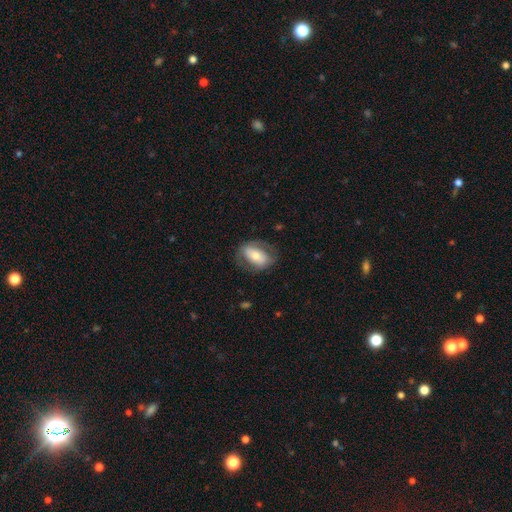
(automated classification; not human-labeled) This is possibly a smooth galaxy (56%). How rounded: clearly in between (86%). Merging: likely none (69%).